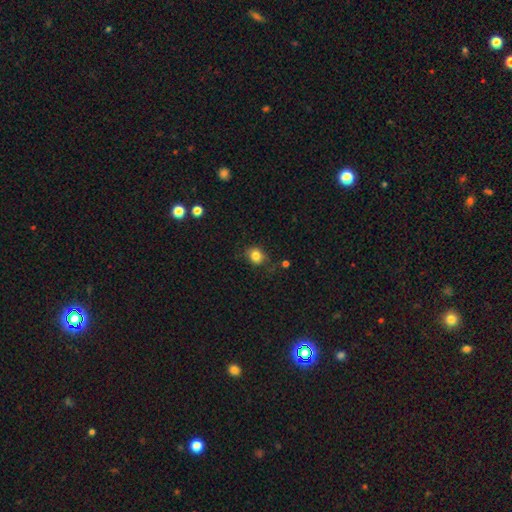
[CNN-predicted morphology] Smooth or featured? Predicted: smooth (p=0.82). How rounded? Predicted: round (p=0.67). Merging? Predicted: none (p=0.71).